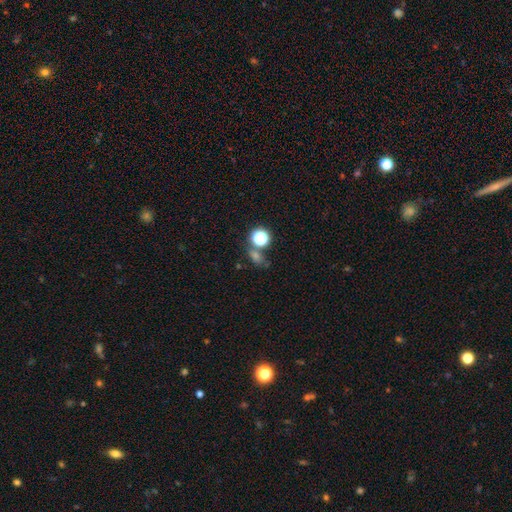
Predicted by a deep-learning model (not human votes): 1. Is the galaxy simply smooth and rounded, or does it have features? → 46% smooth, 43% star or artifact, 11% featured or disk.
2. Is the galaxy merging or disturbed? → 59% none, 21% merger, 12% minor disturbance, 8% major disturbance.